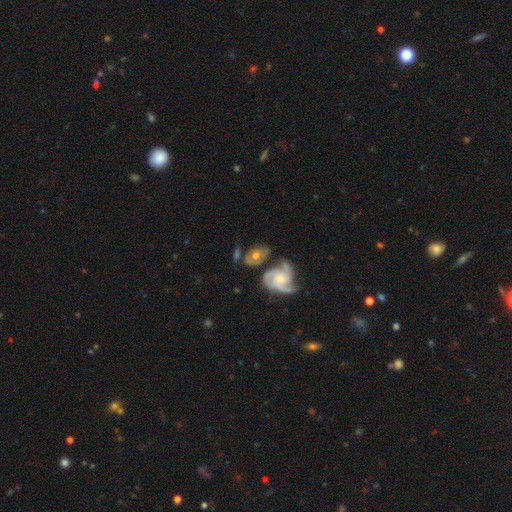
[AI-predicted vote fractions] featured or disk 60%, smooth 33%, star or artifact 7%. Down the decision tree: edge-on disk — no (94%); bar — no (73%); spiral arms — yes (83%); bulge size — moderate (48%); merging — none (47%).